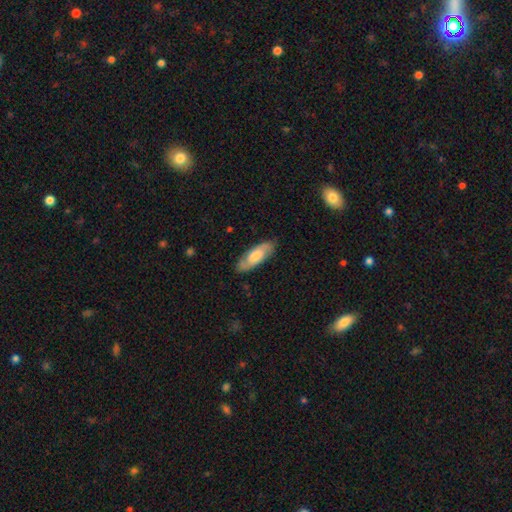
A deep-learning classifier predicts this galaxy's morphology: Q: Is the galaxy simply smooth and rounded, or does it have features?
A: featured or disk — 50%.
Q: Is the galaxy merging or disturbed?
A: none — 83%.